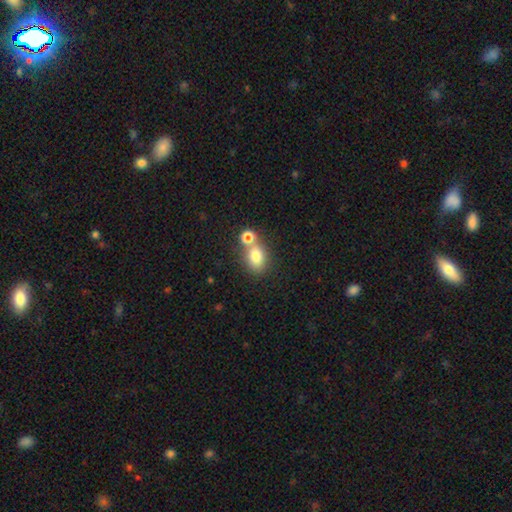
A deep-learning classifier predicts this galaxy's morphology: This appears to be a smooth galaxy with no disk features (79%) that is in between round and cigar-shaped (63%). Merging: none (53%).